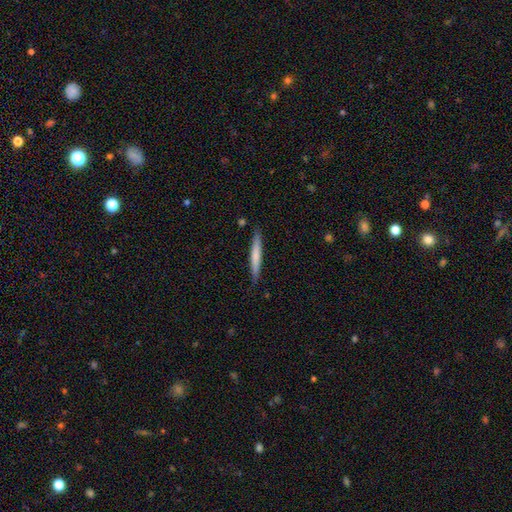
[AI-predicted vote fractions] A smooth galaxy with no disk features (66%) that is cigar-shaped (96%).

Vote fractions:
- Smooth or featured? smooth: 66% / featured or disk: 29% / star or artifact: 5%
- How rounded? cigar-shaped: 96% / in between: 3% / round: 1%
- Merging? none: 86% / minor disturbance: 11% / major disturbance: 2% / merger: 1%